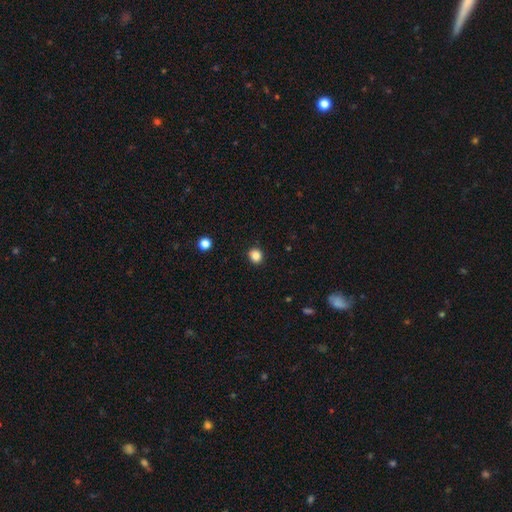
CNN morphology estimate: Overall: smooth (85%). How rounded: round (82%). Merging: none (91%).